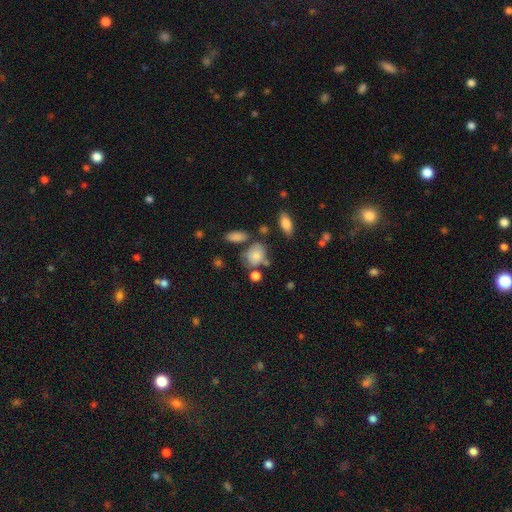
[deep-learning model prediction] Smooth or featured? smooth (75%)
How rounded? in between (59%)
Merging? none (51%)